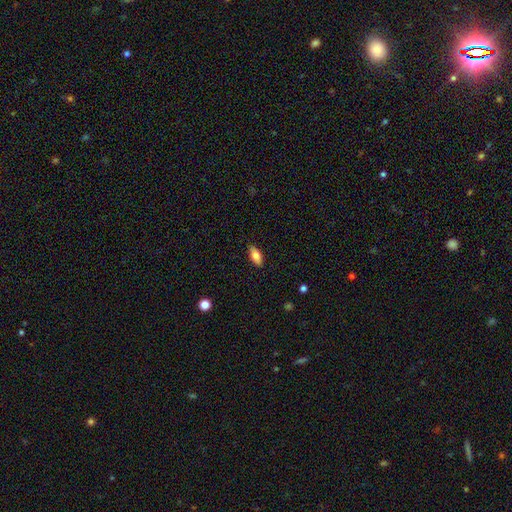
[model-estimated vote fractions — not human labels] smooth_or_featured: smooth (p=0.74) [alt: featured or disk p=0.19]
how_rounded: in between (p=0.85) [alt: cigar-shaped p=0.12]
merging: none (p=0.88) [alt: minor disturbance p=0.09]